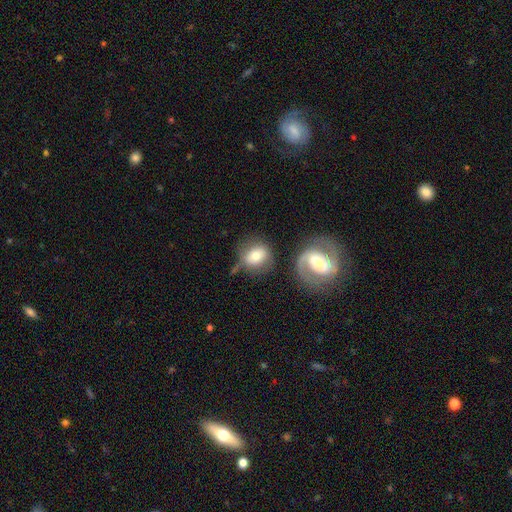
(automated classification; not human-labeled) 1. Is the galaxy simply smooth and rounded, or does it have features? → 65% smooth, 27% featured or disk, 7% star or artifact.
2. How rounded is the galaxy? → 68% round, 31% in between, 2% cigar-shaped.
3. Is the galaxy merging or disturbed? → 53% none, 19% minor disturbance, 18% merger, 10% major disturbance.